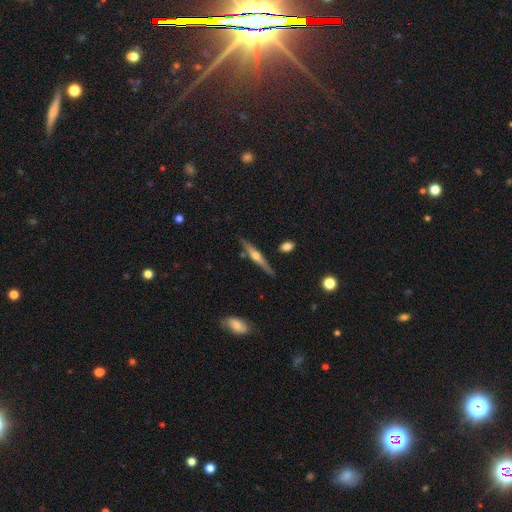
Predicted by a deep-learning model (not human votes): The model was most divided on "smooth or featured": featured or disk: 73%, smooth: 22%, star or artifact: 6%. More confident: edge-on disk — yes (97%); edge-on bulge — rounded (91%); merging — none (86%).